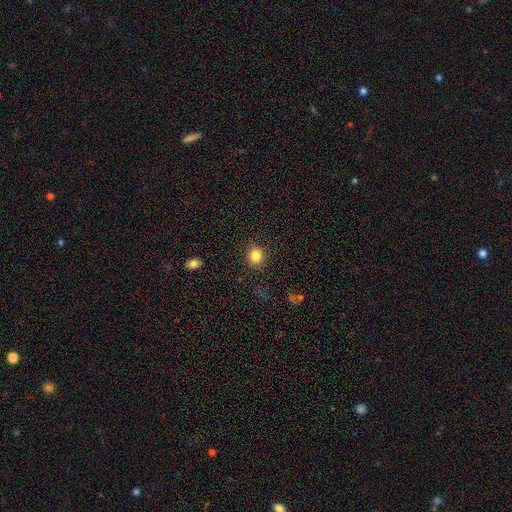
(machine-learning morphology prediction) smooth-or-featured: smooth: 83% | star or artifact: 11% | featured or disk: 6%
  how-rounded: round: 79% | in between: 21% | cigar-shaped: 1%
  merging: none: 88% | minor disturbance: 8% | major disturbance: 3% | merger: 1%